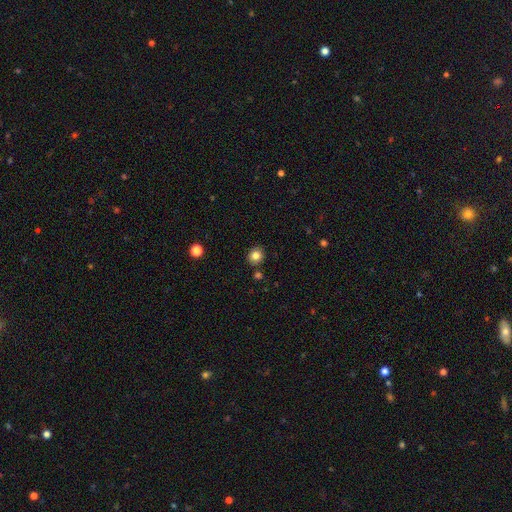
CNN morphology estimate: Smooth or featured? Predicted: smooth (p=0.82). How rounded? Predicted: round (p=0.81). Merging? Predicted: none (p=0.85).